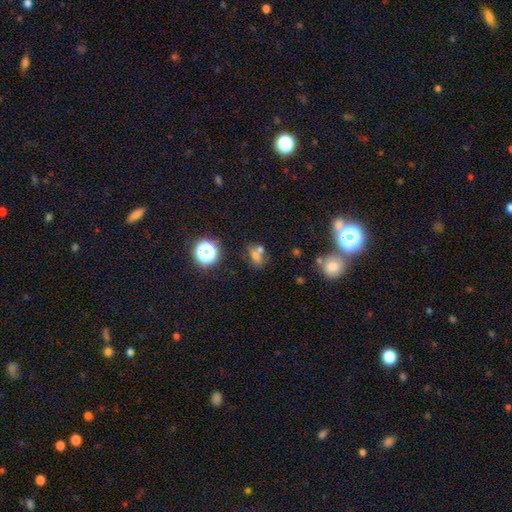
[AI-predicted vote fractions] Smooth or featured? Predicted: smooth (p=0.59). How rounded? Predicted: in between (p=0.57). Merging? Predicted: none (p=0.47).